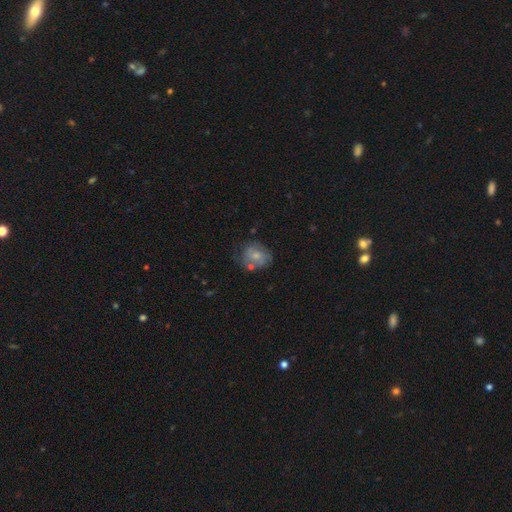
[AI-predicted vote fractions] This appears to be a smooth galaxy with no disk features (50%) that is round (64%). Merging: none (55%).